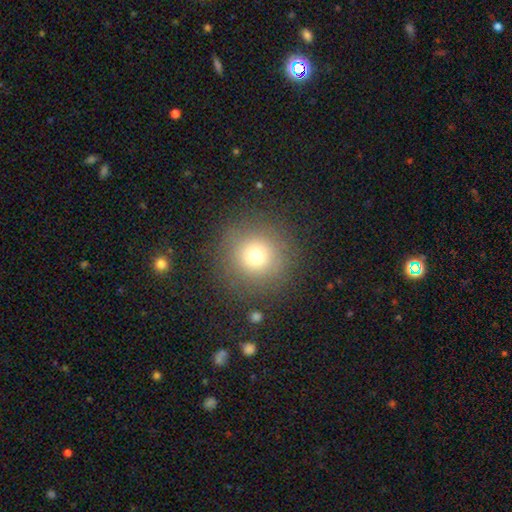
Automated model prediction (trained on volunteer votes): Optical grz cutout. It shows a smooth galaxy with no disk features (70%) that is round (95%). Merging: none (86%).